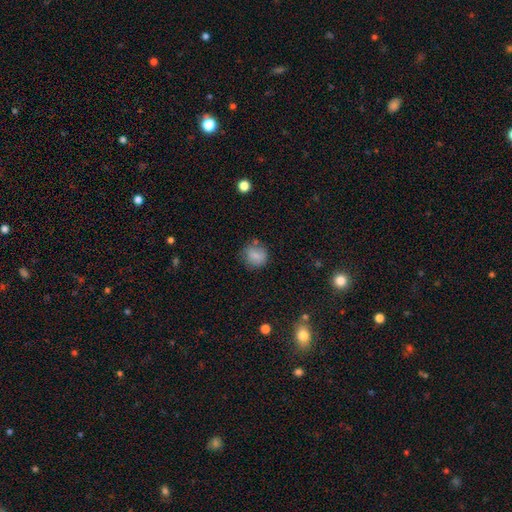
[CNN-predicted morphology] Smooth or featured?
  - smooth: 81% *
  - star or artifact: 10%
  - featured or disk: 9%
How rounded?
  - round: 82% *
  - in between: 17%
  - cigar-shaped: 1%
Merging?
  - none: 71% *
  - minor disturbance: 19%
  - major disturbance: 6%
  - merger: 4%